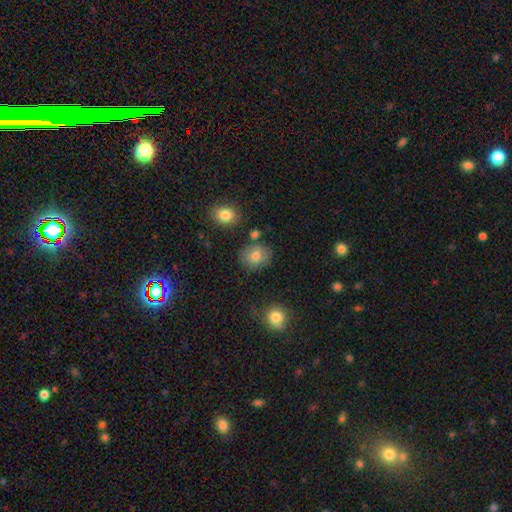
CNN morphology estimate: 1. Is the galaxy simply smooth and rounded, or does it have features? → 79% smooth, 11% featured or disk, 10% star or artifact.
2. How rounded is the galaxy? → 69% round, 30% in between, 1% cigar-shaped.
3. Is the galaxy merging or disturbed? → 79% none, 13% minor disturbance, 5% merger, 4% major disturbance.